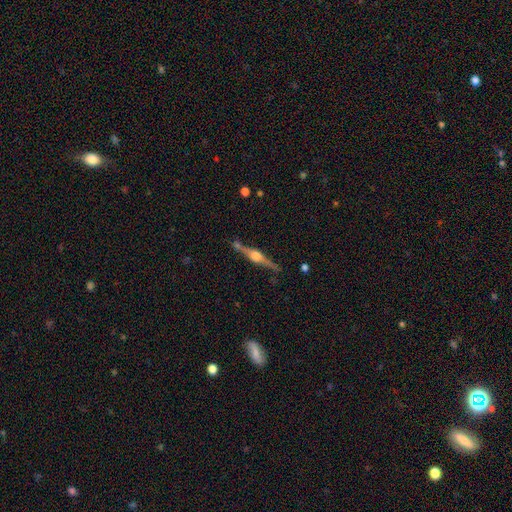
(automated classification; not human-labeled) smooth_or_featured: featured or disk (p=0.85) [alt: smooth p=0.10]
disk_edge_on: yes (p=0.98) [alt: no p=0.02]
edge_on_bulge: rounded (p=0.91) [alt: boxy p=0.07]
merging: none (p=0.82) [alt: minor disturbance p=0.10]